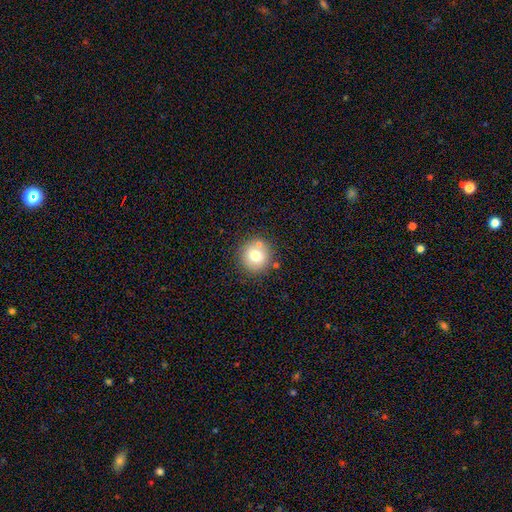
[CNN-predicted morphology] smooth-or-featured: smooth: 73% | featured or disk: 16% | star or artifact: 11%
  how-rounded: round: 91% | in between: 8% | cigar-shaped: 1%
  merging: none: 75% | merger: 12% | minor disturbance: 10% | major disturbance: 3%